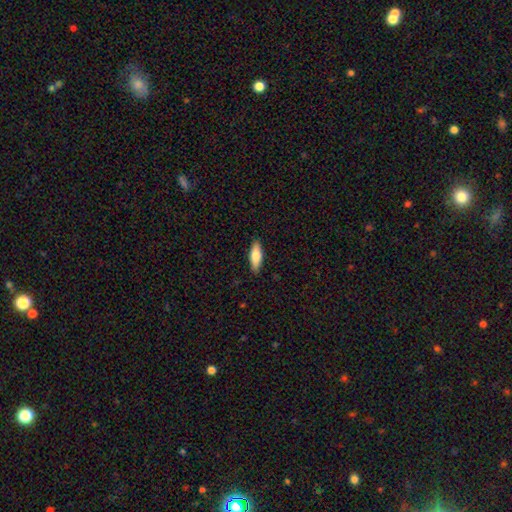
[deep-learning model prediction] smooth_or_featured: smooth (p=0.76) [alt: featured or disk p=0.18]
how_rounded: in between (p=0.57) [alt: cigar-shaped p=0.41]
merging: none (p=0.88) [alt: minor disturbance p=0.09]